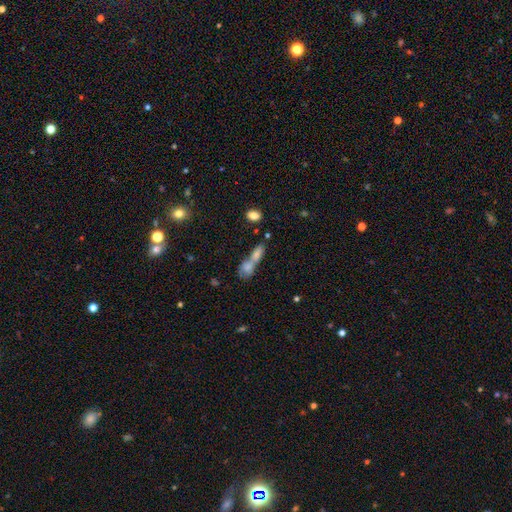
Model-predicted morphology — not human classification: type=smooth (74%); roundness=in between (64%); merging=merger (66%).